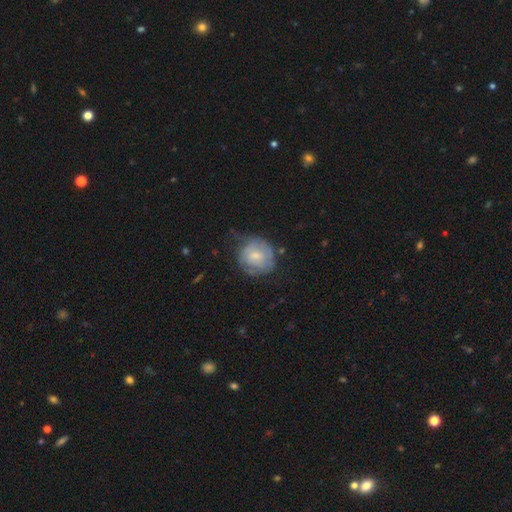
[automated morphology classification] smooth-or-featured: featured or disk: 52% | smooth: 42% | star or artifact: 6%
  disk-edge-on: no: 97% | yes: 3%
    bar: no: 63% | weak: 32% | strong: 5%
    has-spiral-arms: yes: 68% | no: 32%
    bulge-size: small: 51% | moderate: 39% | none: 5% | large: 3% | dominant: 1%
  merging: none: 52% | minor disturbance: 30% | major disturbance: 16% | merger: 2%